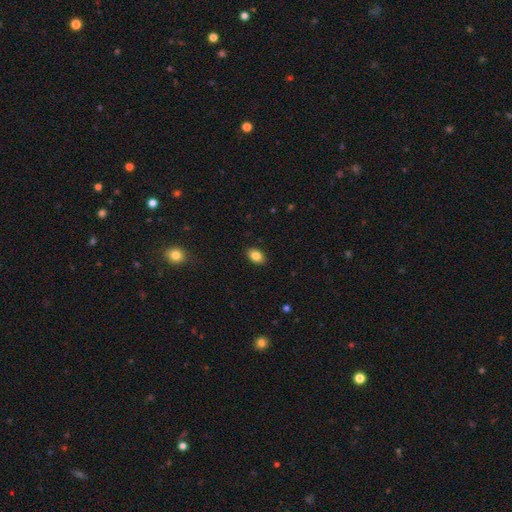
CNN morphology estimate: smooth-or-featured: smooth: 85% | star or artifact: 9% | featured or disk: 6%
  how-rounded: in between: 83% | round: 15% | cigar-shaped: 1%
  merging: none: 89% | minor disturbance: 8% | major disturbance: 2% | merger: 1%